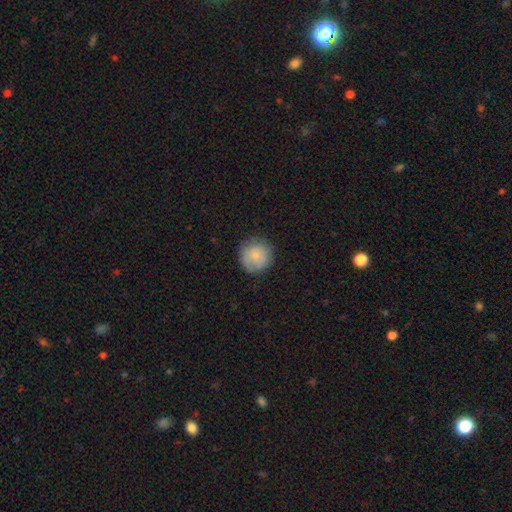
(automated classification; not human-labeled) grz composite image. It shows a smooth galaxy with no disk features (79%) that is round (94%). Merging: none (81%).